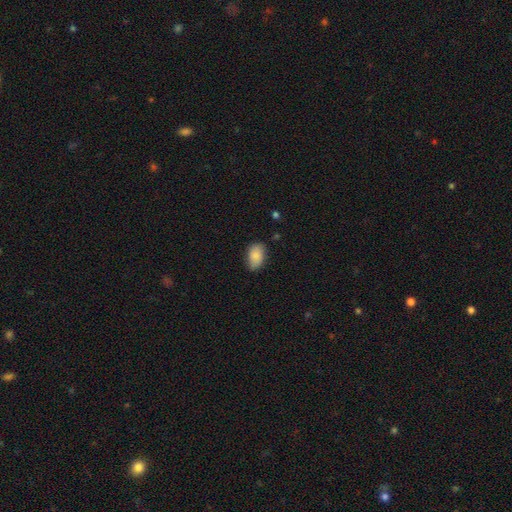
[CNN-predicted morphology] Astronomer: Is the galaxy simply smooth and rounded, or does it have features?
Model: smooth — 86%.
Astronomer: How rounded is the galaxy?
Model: in between — 90%.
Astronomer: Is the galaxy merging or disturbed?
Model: none — 78%.